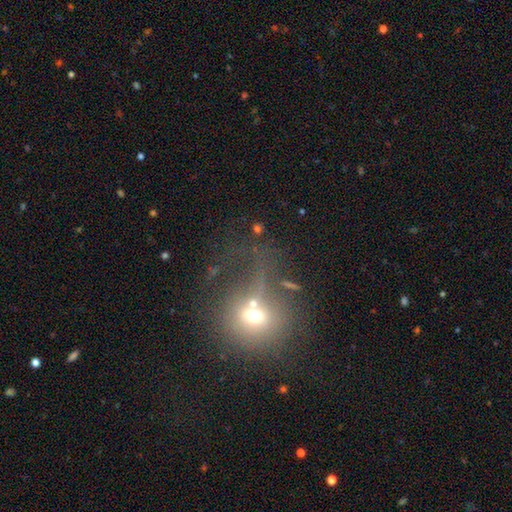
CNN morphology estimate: This is possibly a smooth galaxy (48%). Merging: marginally major disturbance (37%).